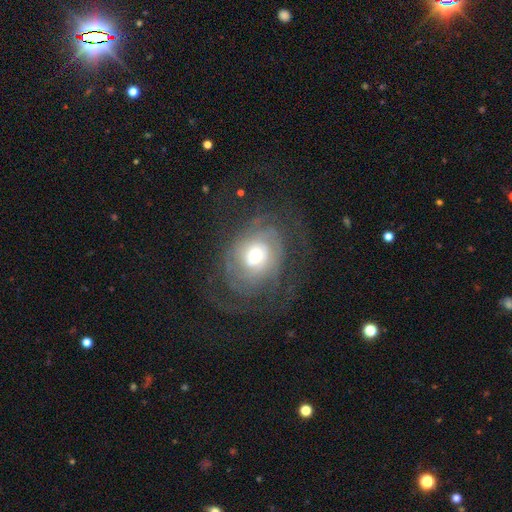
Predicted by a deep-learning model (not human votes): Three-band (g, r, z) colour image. It shows a featured or disk galaxy (77%) with no bar (77%), tight (60%) spiral arms (88%) and a moderate central bulge (60%). Merging: none (62%).